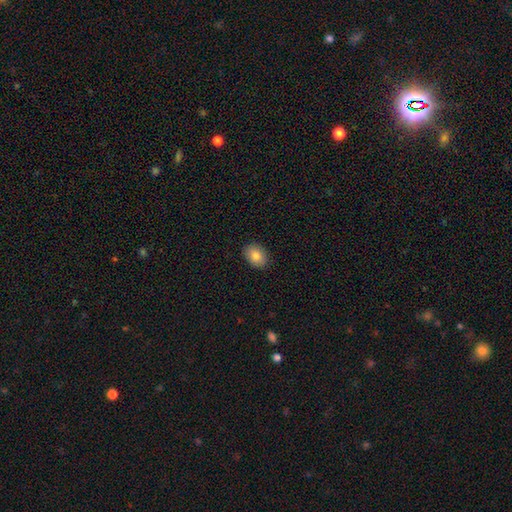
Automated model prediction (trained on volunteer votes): smooth-or-featured: smooth: 85% | star or artifact: 8% | featured or disk: 7%
  how-rounded: in between: 75% | round: 24% | cigar-shaped: 1%
  merging: none: 89% | minor disturbance: 8% | major disturbance: 2% | merger: 1%